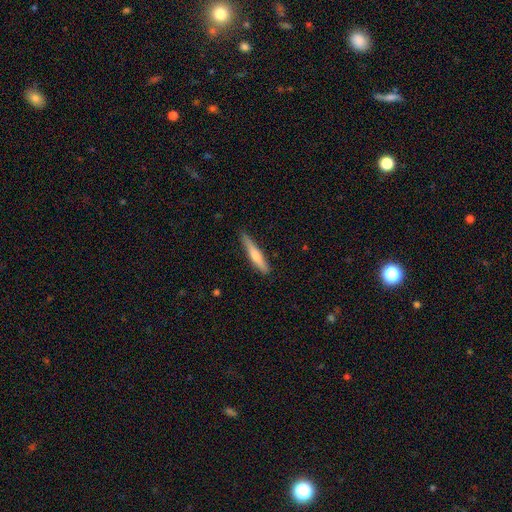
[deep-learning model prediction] A smooth galaxy with no disk features (60%) that is cigar-shaped (91%). Merging: none (79%).